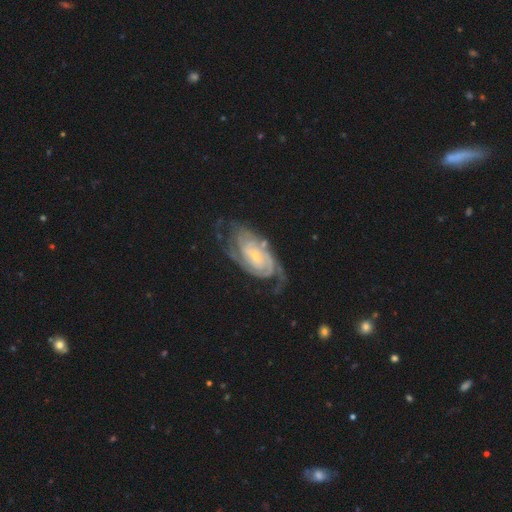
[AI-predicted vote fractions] This is clearly a featured or disk galaxy (87%). It is clearly not viewed edge-on (95%). Bar: likely no (60%). Spiral arm pattern: clearly yes (97%). Spiral arm count: marginally 2 (38%). Spiral winding: likely tight (68%). Central bulge: likely small (76%). Merging: likely none (62%).